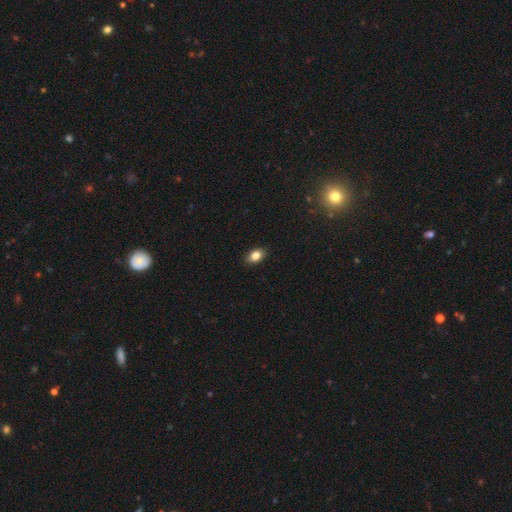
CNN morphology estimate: Smooth or featured? Predicted: smooth (p=0.83). How rounded? Predicted: in between (p=0.85). Merging? Predicted: none (p=0.88).